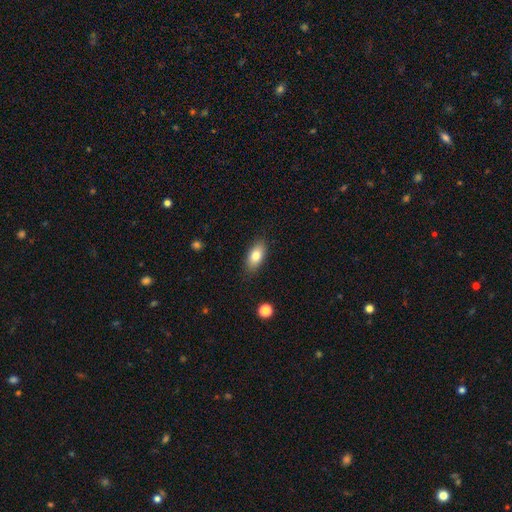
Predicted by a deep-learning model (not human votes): Smooth or featured?
  - smooth: 80% *
  - featured or disk: 13%
  - star or artifact: 7%
How rounded?
  - in between: 88% *
  - cigar-shaped: 8%
  - round: 4%
Merging?
  - none: 85% *
  - minor disturbance: 11%
  - major disturbance: 2%
  - merger: 1%